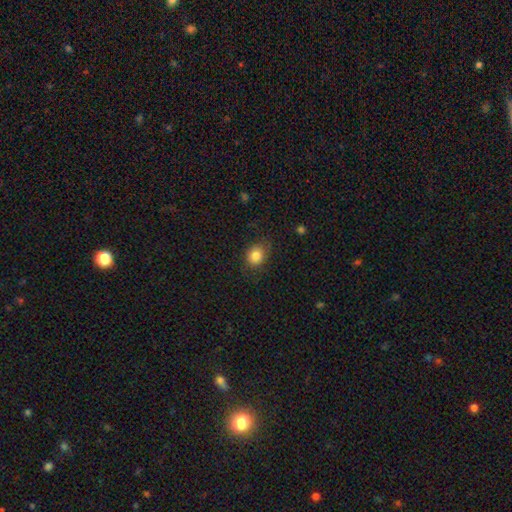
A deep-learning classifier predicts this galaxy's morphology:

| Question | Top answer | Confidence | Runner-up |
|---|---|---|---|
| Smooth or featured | smooth | 83% | star or artifact (10%) |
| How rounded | round | 60% | in between (39%) |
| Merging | none | 75% | minor disturbance (19%) |